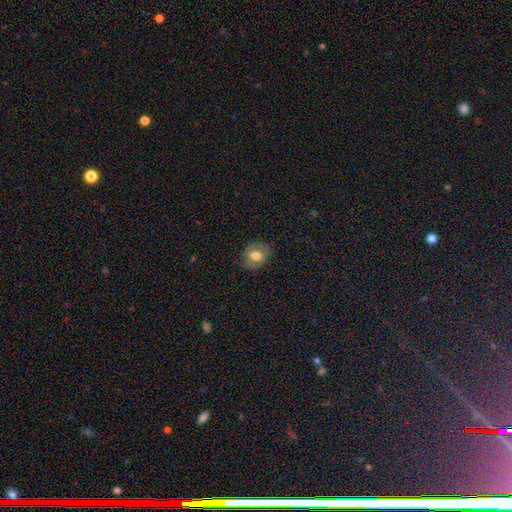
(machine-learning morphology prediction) A smooth galaxy with no disk features (65%) that is round (53%). Merging: none (77%).